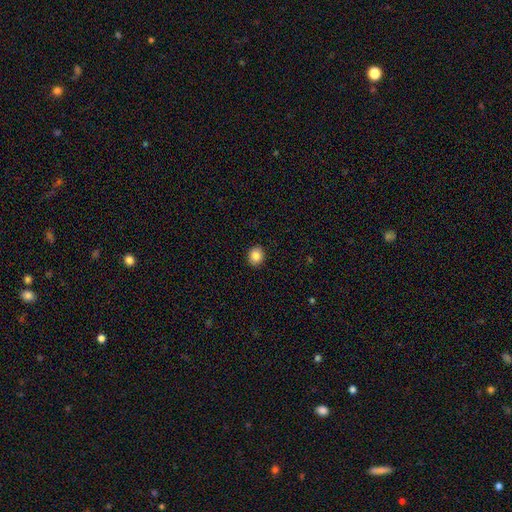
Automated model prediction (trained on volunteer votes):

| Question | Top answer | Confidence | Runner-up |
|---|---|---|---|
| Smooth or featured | smooth | 84% | star or artifact (10%) |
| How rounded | round | 67% | in between (32%) |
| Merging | none | 91% | minor disturbance (6%) |